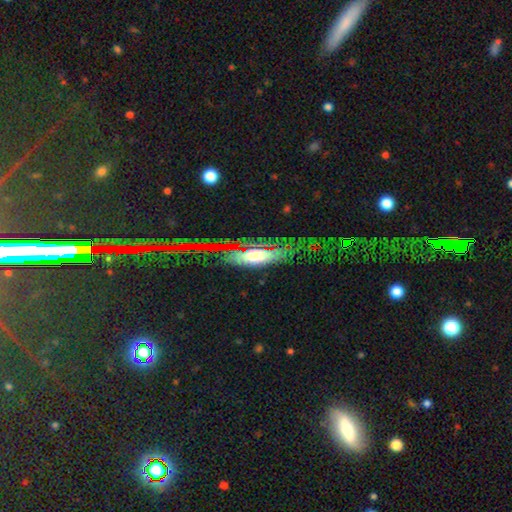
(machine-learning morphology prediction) smooth 43%, featured or disk 37%, star or artifact 20%. Down the decision tree: merging — none (75%).